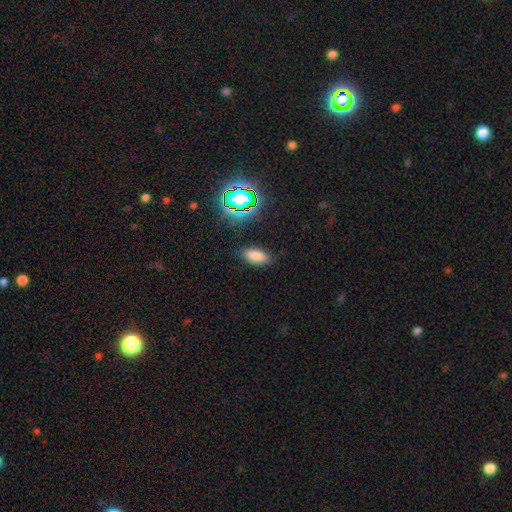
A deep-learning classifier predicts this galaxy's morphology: smooth_or_featured: smooth (p=0.77) [alt: star or artifact p=0.16]
how_rounded: in between (p=0.87) [alt: cigar-shaped p=0.09]
merging: none (p=0.84) [alt: minor disturbance p=0.11]